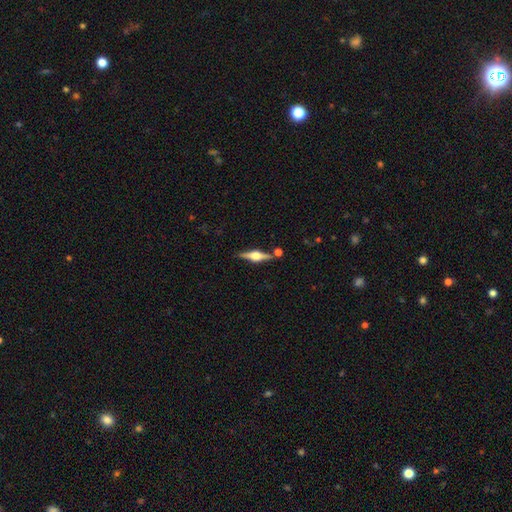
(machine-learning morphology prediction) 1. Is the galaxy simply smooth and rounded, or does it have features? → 81% featured or disk, 13% smooth, 6% star or artifact.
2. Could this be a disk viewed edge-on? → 98% yes, 2% no.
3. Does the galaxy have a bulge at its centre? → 93% rounded, 6% boxy, 1% none.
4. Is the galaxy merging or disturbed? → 83% none, 9% minor disturbance, 6% merger, 2% major disturbance.